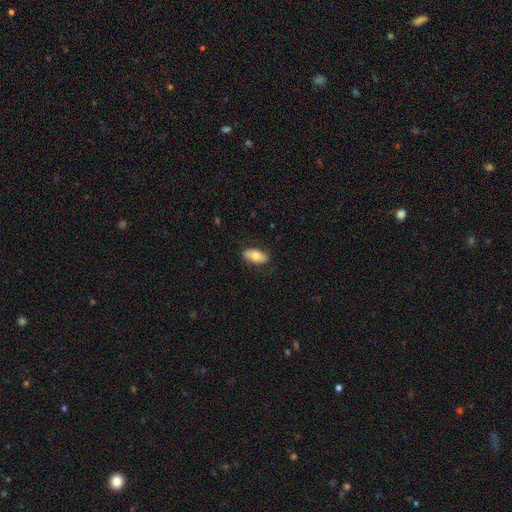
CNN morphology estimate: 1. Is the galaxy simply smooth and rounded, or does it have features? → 68% smooth, 26% featured or disk, 6% star or artifact.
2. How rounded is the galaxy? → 89% in between, 7% cigar-shaped, 4% round.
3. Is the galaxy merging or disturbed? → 80% none, 15% minor disturbance, 4% major disturbance, 1% merger.